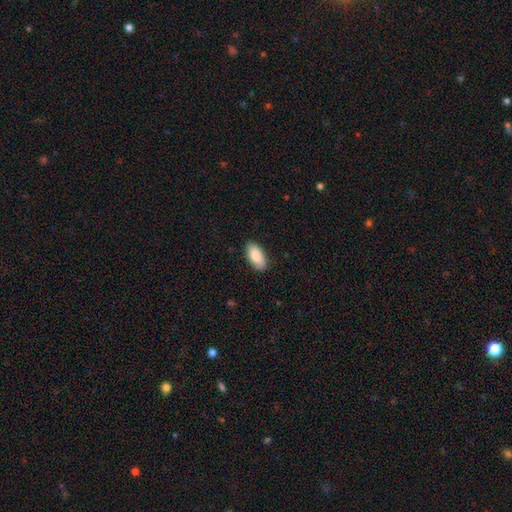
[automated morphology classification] smooth-or-featured: smooth: 86% | featured or disk: 8% | star or artifact: 6%
  how-rounded: in between: 92% | cigar-shaped: 6% | round: 2%
  merging: none: 87% | minor disturbance: 10% | major disturbance: 2% | merger: 1%